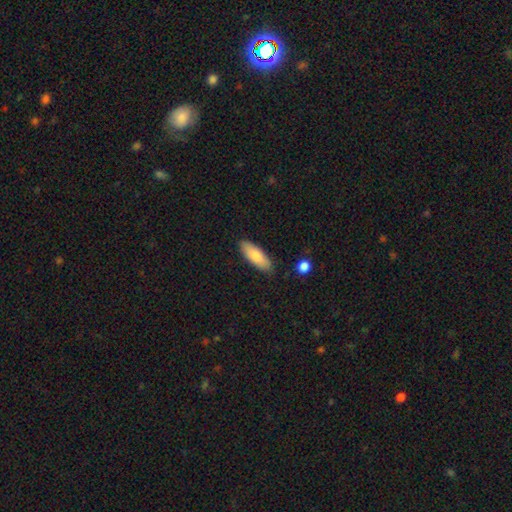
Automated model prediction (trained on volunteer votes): A smooth galaxy with no disk features (83%) that is in between round and cigar-shaped (61%).

Vote fractions:
- Smooth or featured? smooth: 83% / featured or disk: 12% / star or artifact: 6%
- How rounded? in between: 61% / cigar-shaped: 37% / round: 2%
- Merging? none: 86% / minor disturbance: 10% / major disturbance: 2% / merger: 2%